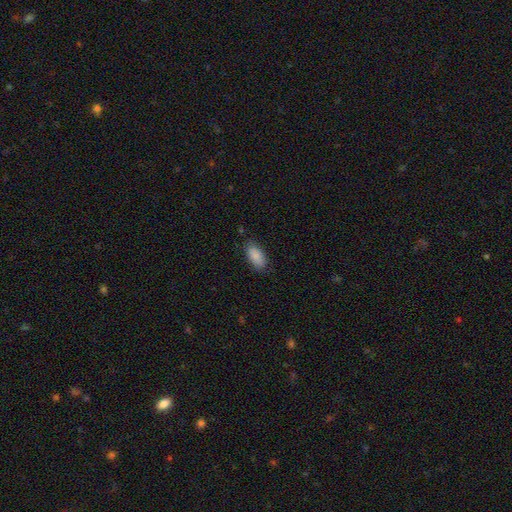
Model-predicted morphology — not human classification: Q: Smooth or featured?
A: smooth (88%); runner-up: star or artifact (7%)
Q: How rounded?
A: in between (91%); runner-up: cigar-shaped (6%)
Q: Merging?
A: none (80%); runner-up: minor disturbance (15%)